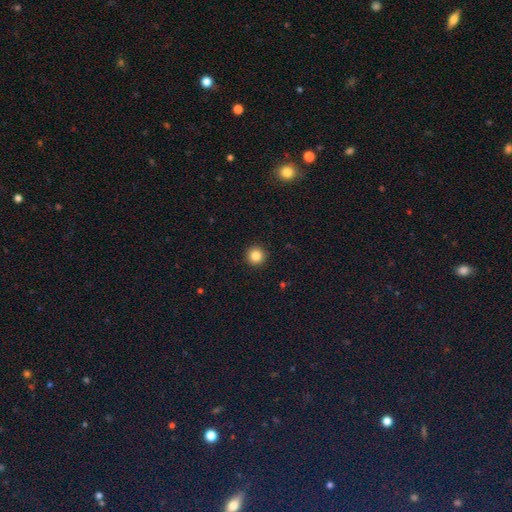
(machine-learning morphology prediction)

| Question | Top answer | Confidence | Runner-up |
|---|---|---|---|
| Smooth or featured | smooth | 84% | star or artifact (11%) |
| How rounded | round | 96% | in between (3%) |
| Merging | none | 93% | minor disturbance (4%) |